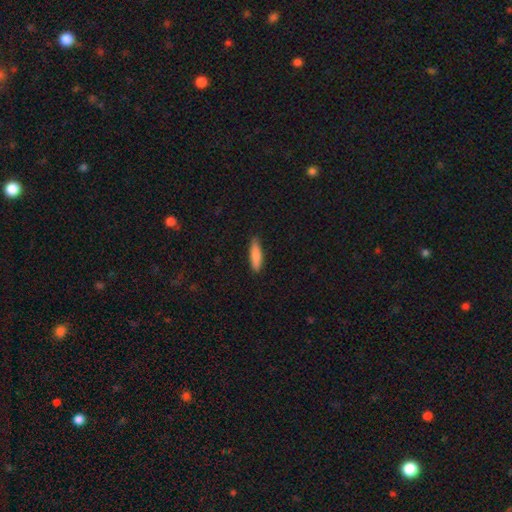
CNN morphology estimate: Smooth or featured?
  - smooth: 86% *
  - featured or disk: 8%
  - star or artifact: 6%
How rounded?
  - cigar-shaped: 65% *
  - in between: 33%
  - round: 2%
Merging?
  - none: 84% *
  - minor disturbance: 13%
  - major disturbance: 2%
  - merger: 1%